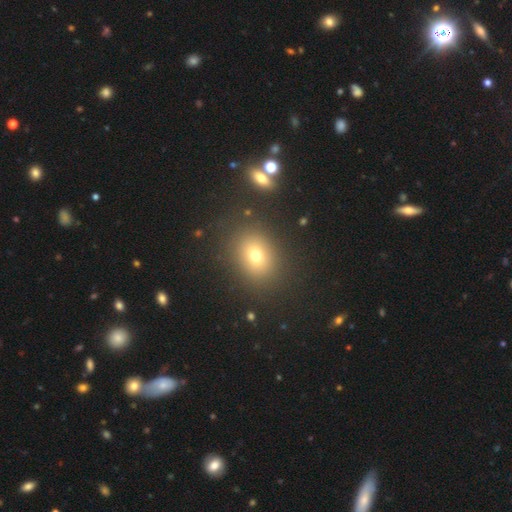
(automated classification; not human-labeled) A smooth galaxy with no disk features (72%) that is round (51%).

Vote fractions:
- Smooth or featured? smooth: 72% / star or artifact: 16% / featured or disk: 12%
- How rounded? round: 51% / in between: 48% / cigar-shaped: 1%
- Merging? none: 85% / minor disturbance: 8% / major disturbance: 4% / merger: 3%